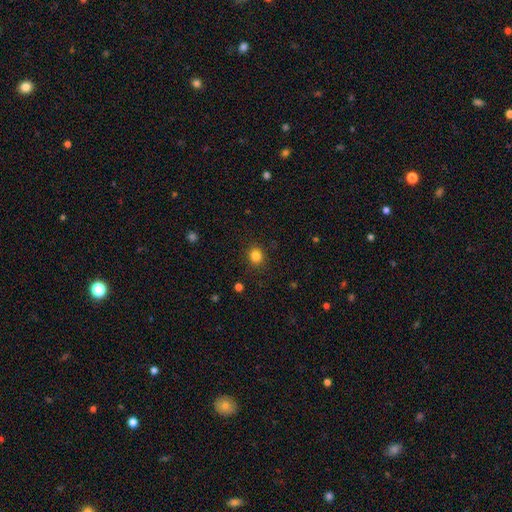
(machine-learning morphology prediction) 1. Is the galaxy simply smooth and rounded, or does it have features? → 83% smooth, 13% star or artifact, 5% featured or disk.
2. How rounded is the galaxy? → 81% round, 18% in between, 1% cigar-shaped.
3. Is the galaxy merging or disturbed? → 89% none, 7% minor disturbance, 3% major disturbance, 1% merger.